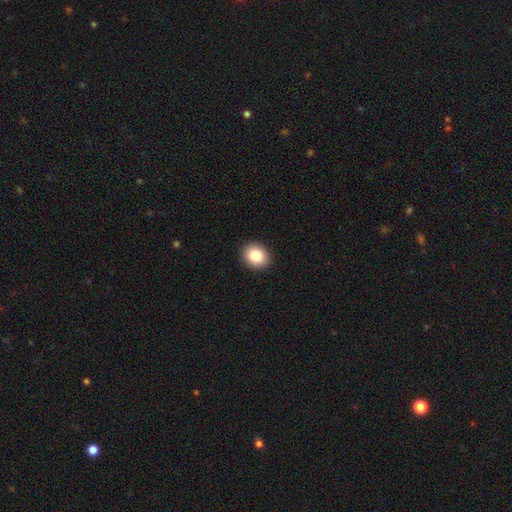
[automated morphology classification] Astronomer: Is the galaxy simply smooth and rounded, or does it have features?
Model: smooth — 85%.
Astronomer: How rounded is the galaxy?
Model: round — 65%.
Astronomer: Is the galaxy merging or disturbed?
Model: none — 92%.